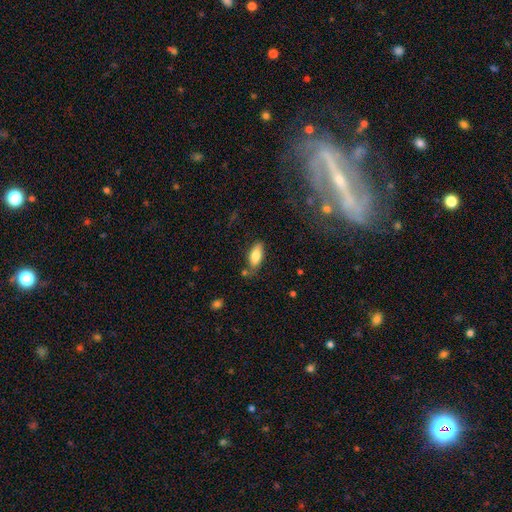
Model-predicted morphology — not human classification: A smooth galaxy with no disk features (82%) that is in between round and cigar-shaped (83%). Merging: none (72%).